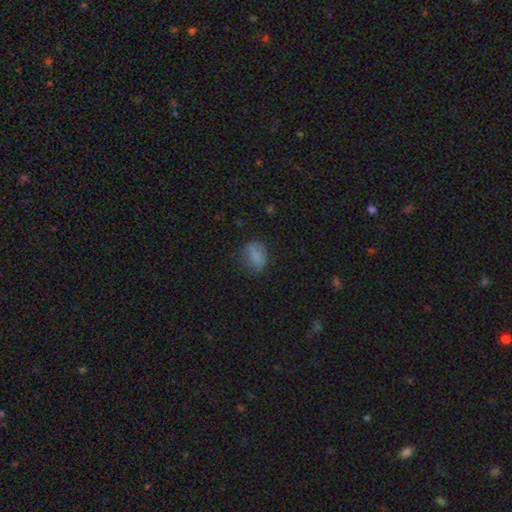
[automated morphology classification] smooth 80%, star or artifact 10%, featured or disk 10%. Down the decision tree: how rounded — in between (67%); merging — none (70%).